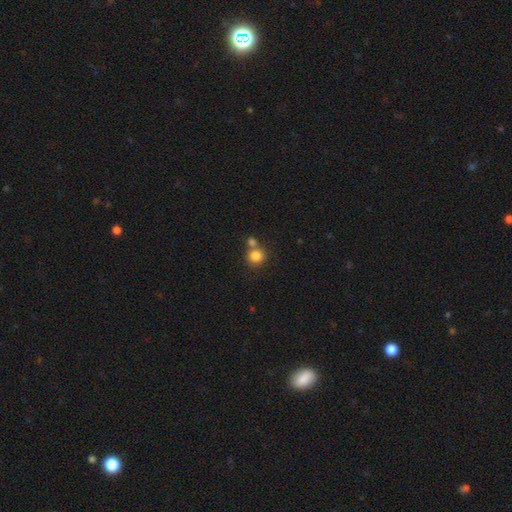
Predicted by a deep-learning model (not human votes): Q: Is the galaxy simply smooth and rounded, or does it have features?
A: smooth — 83%.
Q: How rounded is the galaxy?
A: round — 88%.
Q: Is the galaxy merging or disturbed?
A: none — 55%.